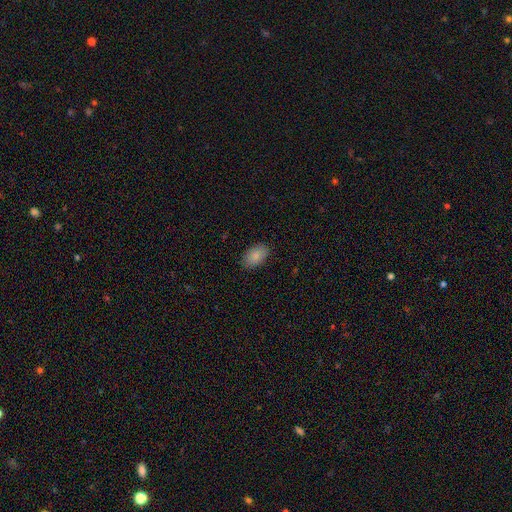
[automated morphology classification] The model was most divided on "merging": none: 86%, minor disturbance: 10%, major disturbance: 2%, merger: 1%. More confident: how rounded — in between (93%); smooth or featured — smooth (86%).